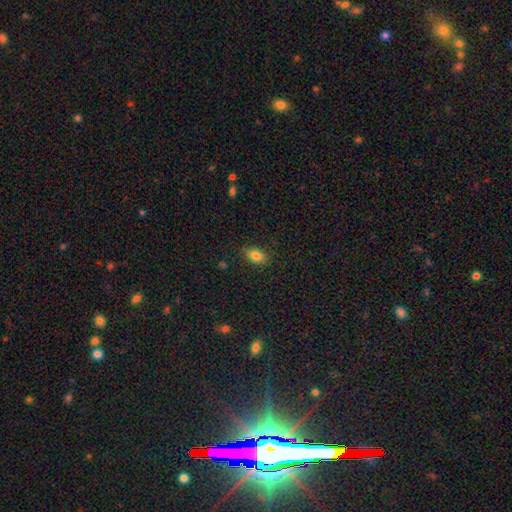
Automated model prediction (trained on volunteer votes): Smooth or featured? Predicted: smooth (p=0.82). How rounded? Predicted: in between (p=0.86). Merging? Predicted: none (p=0.85).